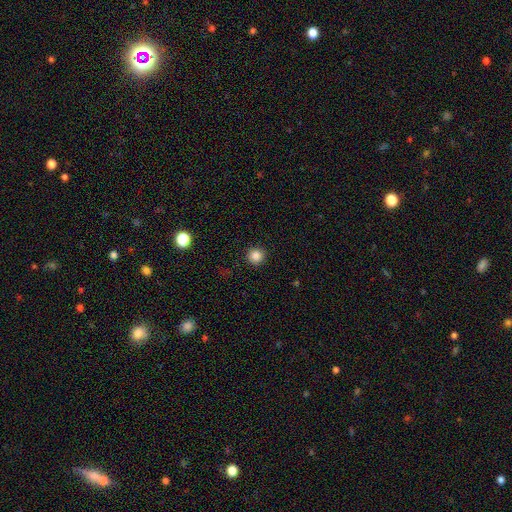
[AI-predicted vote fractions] smooth-or-featured: smooth: 85% | star or artifact: 11% | featured or disk: 4%
  how-rounded: round: 95% | in between: 4% | cigar-shaped: 1%
  merging: none: 93% | minor disturbance: 5% | major disturbance: 2% | merger: 1%